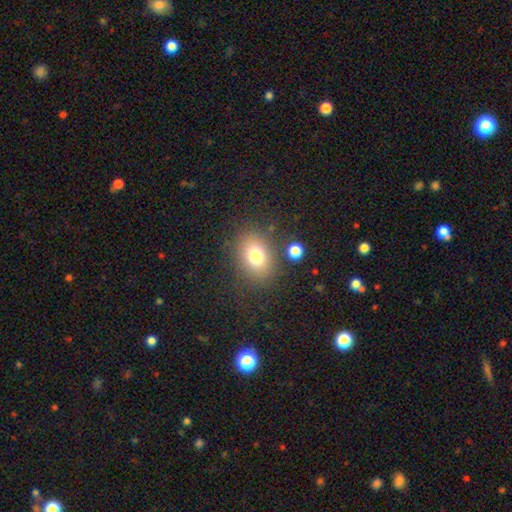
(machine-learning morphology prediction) Smooth or featured?
  - smooth: 77% *
  - star or artifact: 11%
  - featured or disk: 11%
How rounded?
  - in between: 65% *
  - round: 34%
  - cigar-shaped: 1%
Merging?
  - none: 80% *
  - minor disturbance: 11%
  - major disturbance: 5%
  - merger: 4%